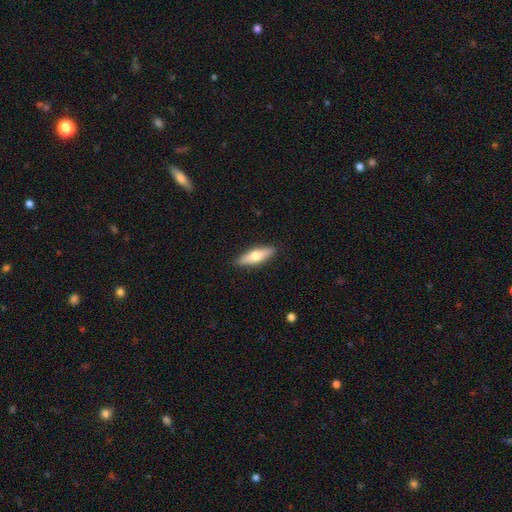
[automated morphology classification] type=smooth (57%); roundness=cigar-shaped (55%); merging=none (89%).